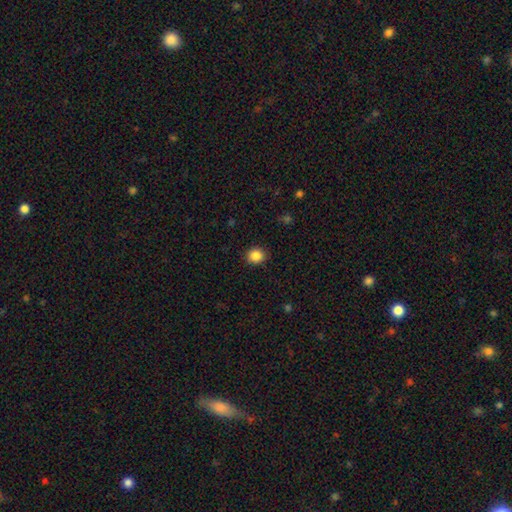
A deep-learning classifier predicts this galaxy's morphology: Smooth or featured? Predicted: smooth (p=0.86). How rounded? Predicted: round (p=0.83). Merging? Predicted: none (p=0.90).